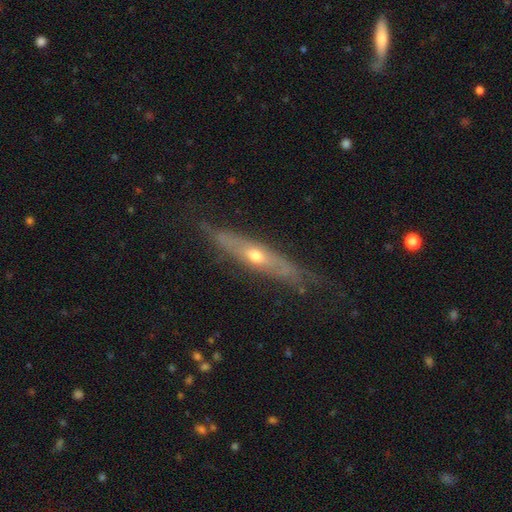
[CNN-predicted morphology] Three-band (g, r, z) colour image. It shows a featured or disk galaxy (71%) viewed edge-on (65%). Merging: none (73%).